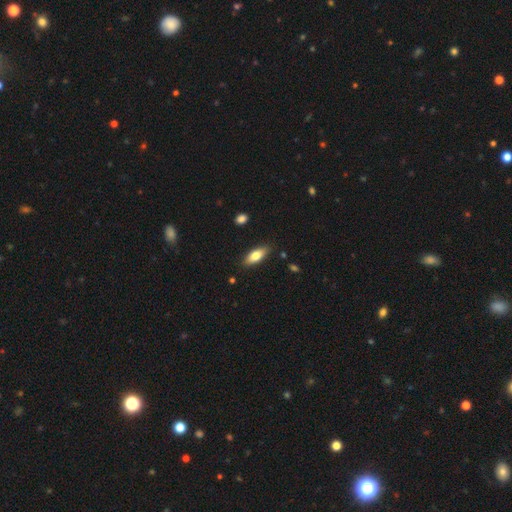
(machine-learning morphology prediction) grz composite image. It shows a smooth galaxy with no disk features (75%) that is in between round and cigar-shaped (73%). Merging: none (86%).